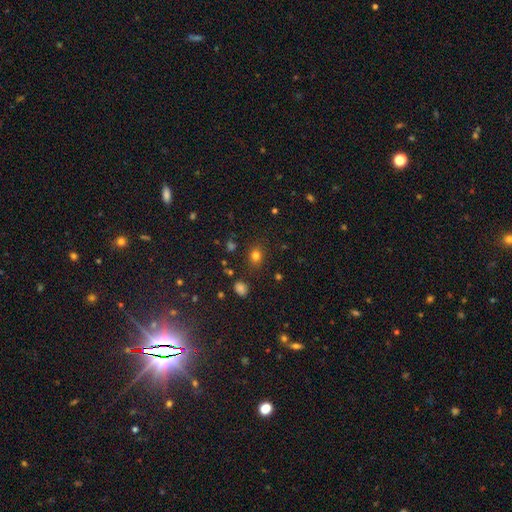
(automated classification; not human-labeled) The model was most divided on "how rounded": round: 61%, in between: 38%, cigar-shaped: 1%. More confident: merging — none (84%); smooth or featured — smooth (78%).